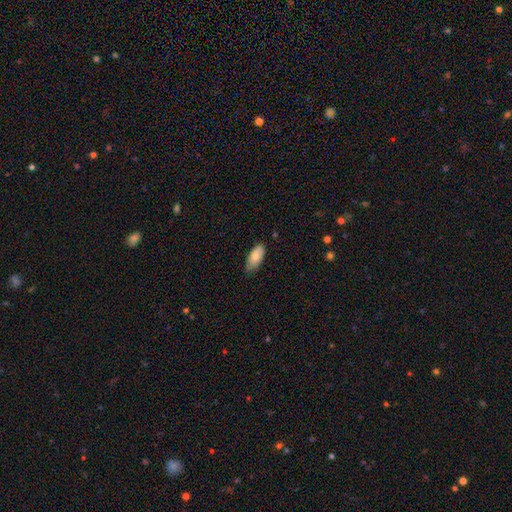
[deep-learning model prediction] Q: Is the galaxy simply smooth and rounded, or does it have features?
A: smooth — 82%.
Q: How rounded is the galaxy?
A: in between — 88%.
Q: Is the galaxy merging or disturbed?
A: none — 72%.